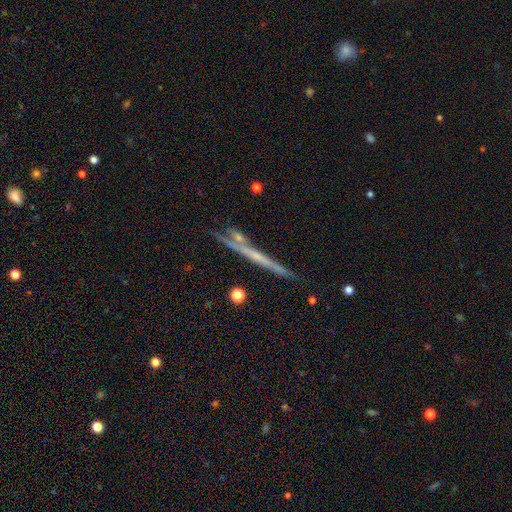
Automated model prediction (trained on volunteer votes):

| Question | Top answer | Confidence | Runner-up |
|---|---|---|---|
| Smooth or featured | featured or disk | 62% | smooth (30%) |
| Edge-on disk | yes | 95% | no (5%) |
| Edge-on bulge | none | 81% | rounded (15%) |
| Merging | none | 76% | minor disturbance (13%) |